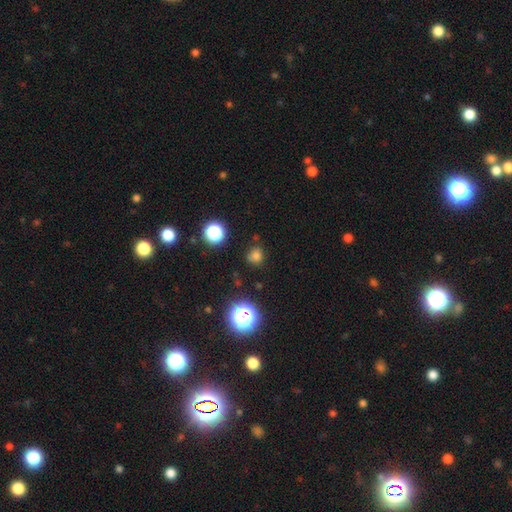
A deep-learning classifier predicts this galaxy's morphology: Smooth or featured? smooth (71%)
How rounded? round (83%)
Merging? none (78%)